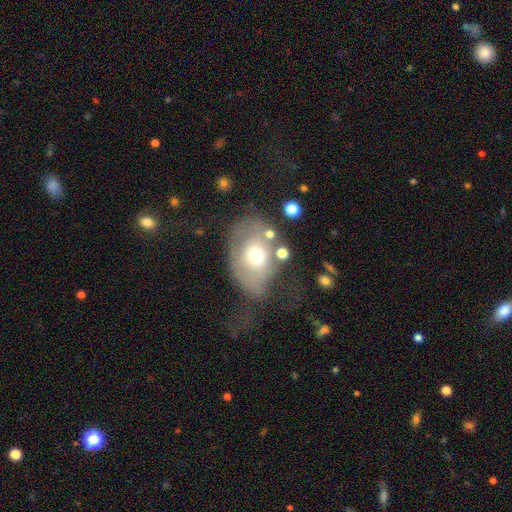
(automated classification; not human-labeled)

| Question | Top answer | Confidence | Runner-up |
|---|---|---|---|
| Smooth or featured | smooth | 52% | featured or disk (37%) |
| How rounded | in between | 68% | round (31%) |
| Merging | none | 39% | major disturbance (28%) |